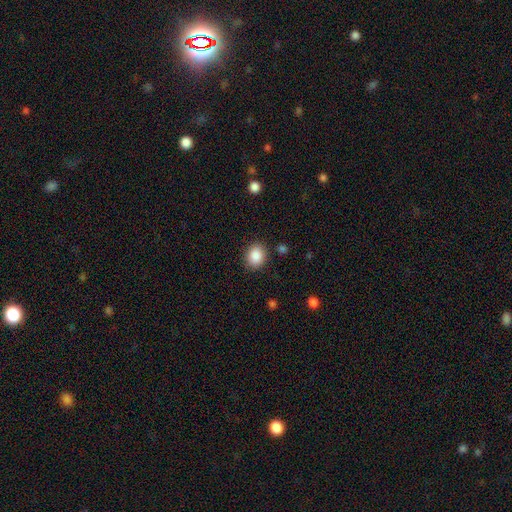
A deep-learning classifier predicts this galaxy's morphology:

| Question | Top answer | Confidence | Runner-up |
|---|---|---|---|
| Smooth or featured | smooth | 88% | star or artifact (8%) |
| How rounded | round | 58% | in between (41%) |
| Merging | none | 86% | minor disturbance (9%) |